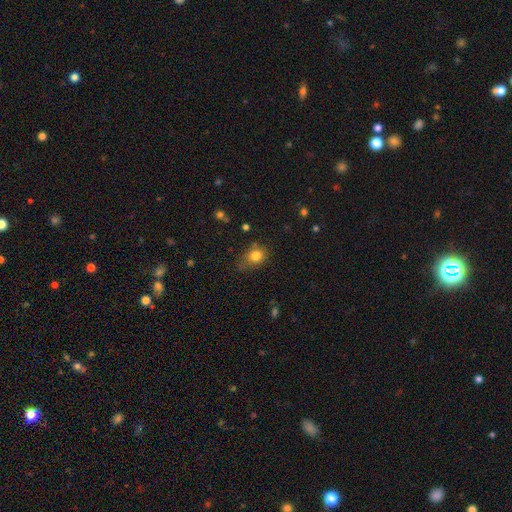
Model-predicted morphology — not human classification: smooth-or-featured: smooth: 81% | star or artifact: 11% | featured or disk: 8%
  how-rounded: round: 52% | in between: 47% | cigar-shaped: 1%
  merging: none: 53% | minor disturbance: 32% | major disturbance: 11% | merger: 4%